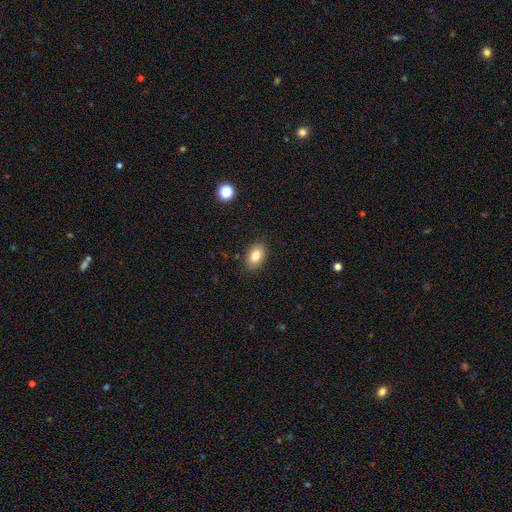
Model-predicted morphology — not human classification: Smooth or featured?
  - smooth: 82% *
  - featured or disk: 9%
  - star or artifact: 9%
How rounded?
  - in between: 88% *
  - round: 11%
  - cigar-shaped: 1%
Merging?
  - none: 87% *
  - minor disturbance: 9%
  - major disturbance: 2%
  - merger: 1%